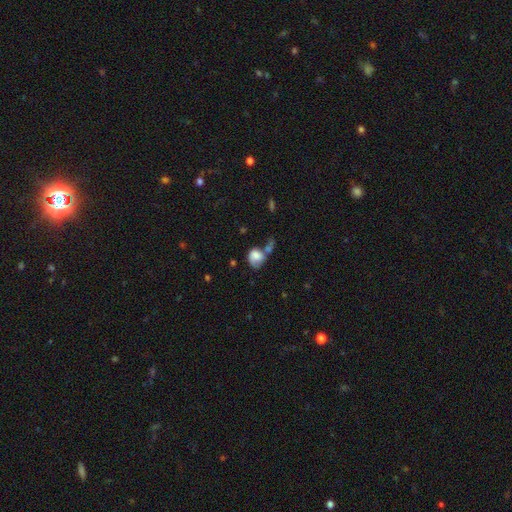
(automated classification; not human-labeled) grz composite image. It shows a smooth galaxy with no disk features (71%) that is round (55%). Merging: merger (34%).